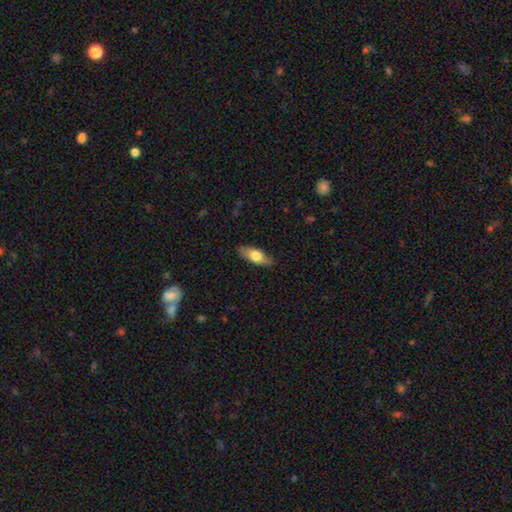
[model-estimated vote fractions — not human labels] Smooth or featured?
  - smooth: 67% *
  - featured or disk: 27%
  - star or artifact: 6%
How rounded?
  - in between: 71% *
  - cigar-shaped: 25%
  - round: 3%
Merging?
  - none: 85% *
  - minor disturbance: 12%
  - major disturbance: 2%
  - merger: 1%